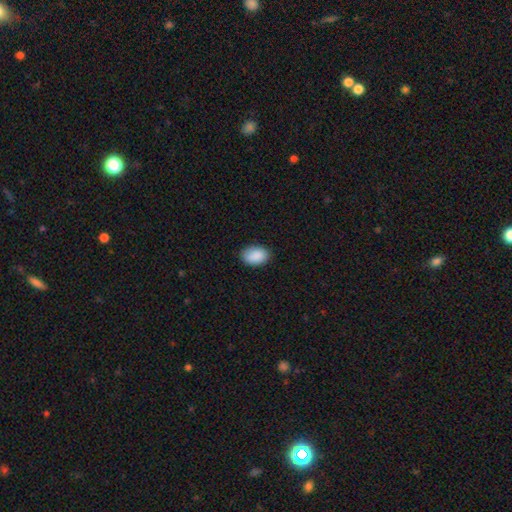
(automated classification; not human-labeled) Smooth or featured? Predicted: smooth (p=0.90). How rounded? Predicted: in between (p=0.87). Merging? Predicted: none (p=0.85).